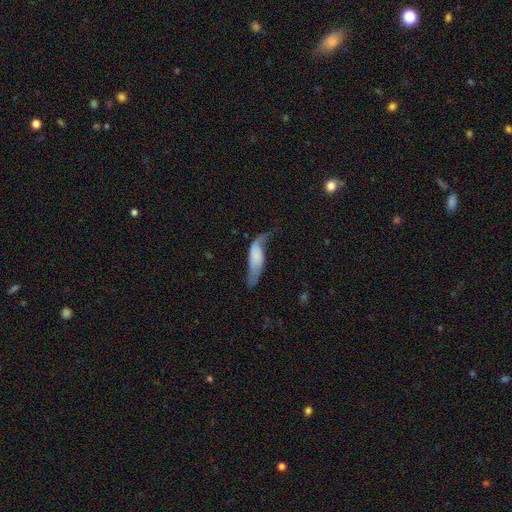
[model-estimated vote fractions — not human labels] smooth 50%, featured or disk 43%, star or artifact 7%. Down the decision tree: merging — major disturbance (34%).